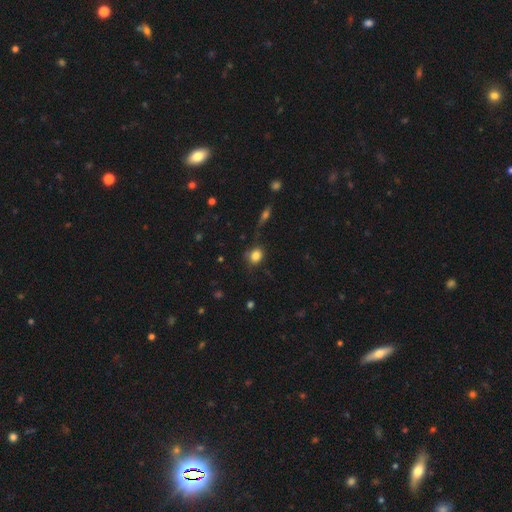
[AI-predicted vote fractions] A smooth galaxy with no disk features (82%) that is round (58%). Merging: none (68%).